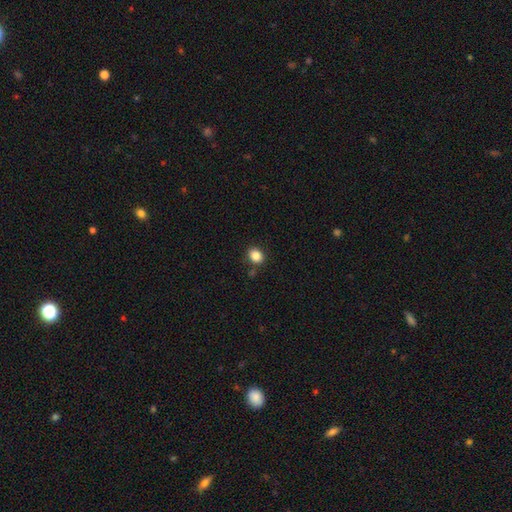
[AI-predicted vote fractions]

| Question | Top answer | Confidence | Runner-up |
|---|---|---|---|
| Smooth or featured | smooth | 86% | star or artifact (10%) |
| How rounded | round | 55% | in between (44%) |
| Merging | none | 83% | minor disturbance (10%) |